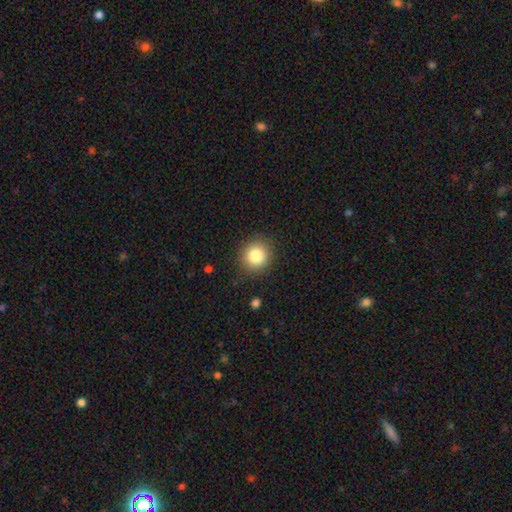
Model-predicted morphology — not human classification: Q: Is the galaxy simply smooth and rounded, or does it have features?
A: smooth — 83%.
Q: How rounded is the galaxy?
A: round — 88%.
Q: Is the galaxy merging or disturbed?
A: none — 88%.